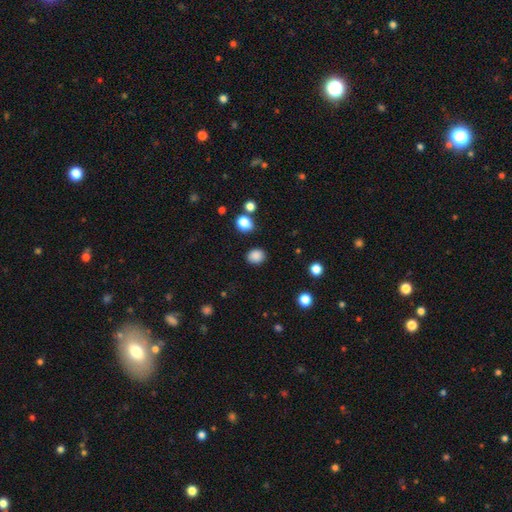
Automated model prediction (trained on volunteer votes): Overall: smooth (86%). How rounded: round (63%; in between 36%). Merging: none (86%).